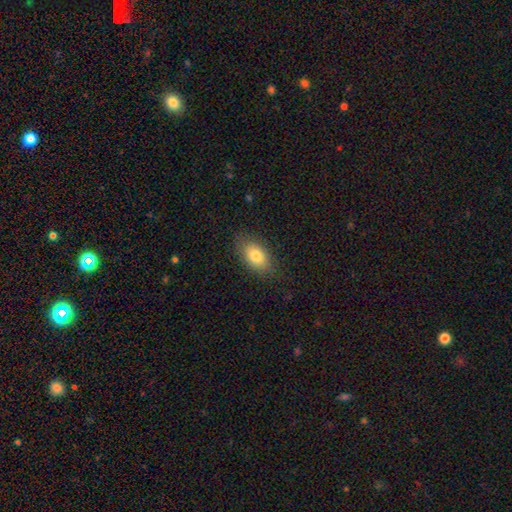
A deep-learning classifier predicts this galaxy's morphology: Overall: smooth (80%). How rounded: in between (90%). Merging: none (82%).